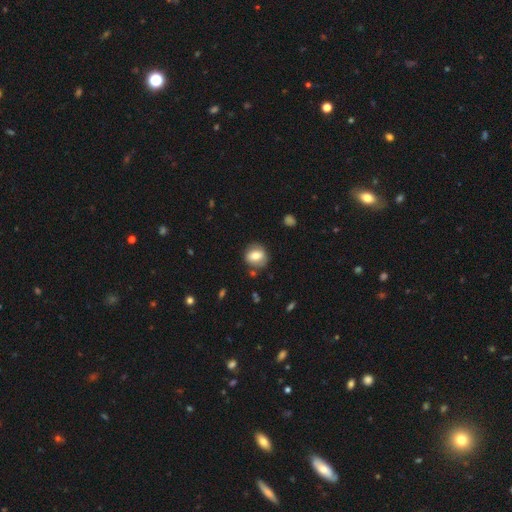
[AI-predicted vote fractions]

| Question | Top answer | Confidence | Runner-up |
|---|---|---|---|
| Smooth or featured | smooth | 69% | featured or disk (23%) |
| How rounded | round | 69% | in between (30%) |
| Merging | none | 80% | minor disturbance (13%) |